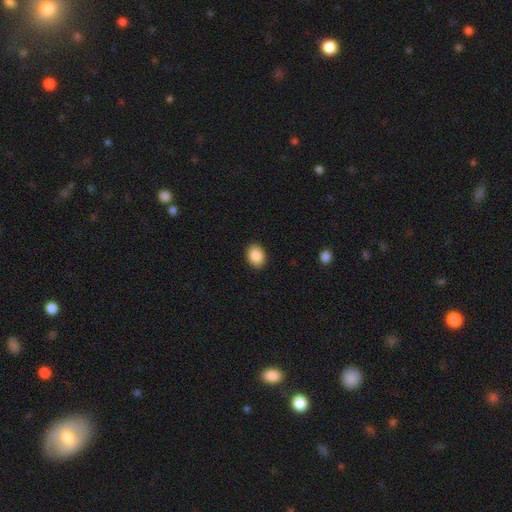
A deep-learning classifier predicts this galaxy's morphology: smooth-or-featured: smooth: 88% | star or artifact: 8% | featured or disk: 5%
  how-rounded: in between: 61% | round: 38% | cigar-shaped: 1%
  merging: none: 91% | minor disturbance: 6% | major disturbance: 2% | merger: 1%